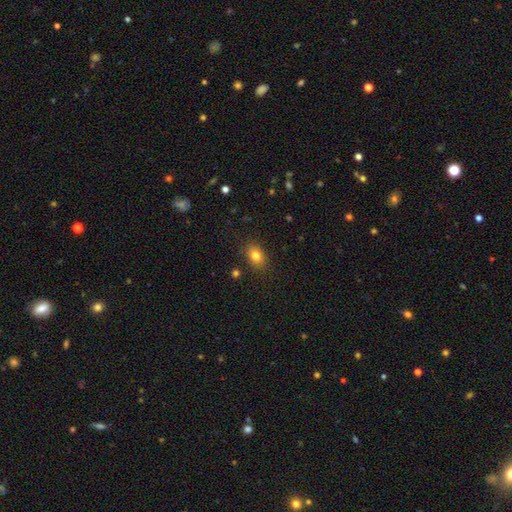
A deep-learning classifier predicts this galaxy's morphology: This is clearly a smooth galaxy (81%). How rounded: likely in between (73%). Merging: clearly none (85%).